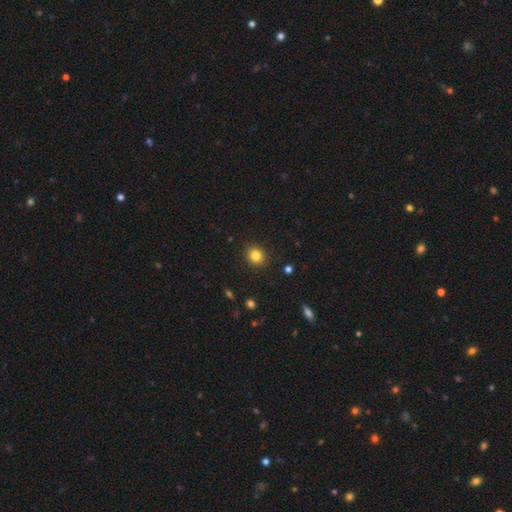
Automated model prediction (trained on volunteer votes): A smooth galaxy with no disk features (83%) that is round (81%).

Vote fractions:
- Smooth or featured? smooth: 83% / star or artifact: 11% / featured or disk: 6%
- How rounded? round: 81% / in between: 18% / cigar-shaped: 1%
- Merging? none: 91% / minor disturbance: 6% / major disturbance: 2% / merger: 1%